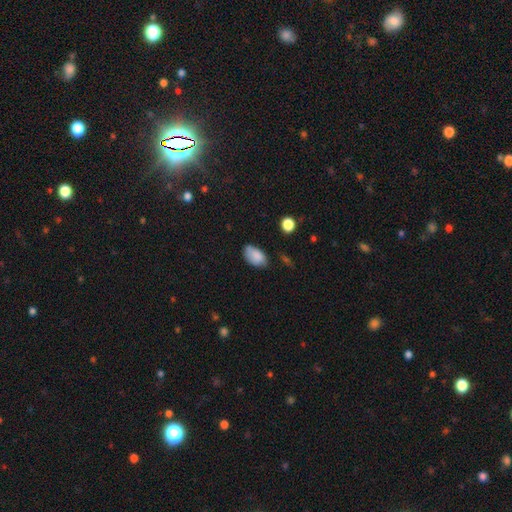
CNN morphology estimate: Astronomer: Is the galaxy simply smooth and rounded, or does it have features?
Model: smooth — 84%.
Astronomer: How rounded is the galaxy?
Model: in between — 92%.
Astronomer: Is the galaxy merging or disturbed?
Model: none — 62%.